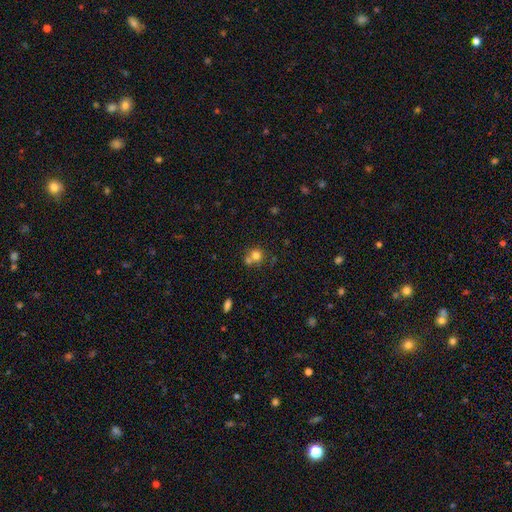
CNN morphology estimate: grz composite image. It shows a smooth galaxy with no disk features (74%) that is round (86%). Merging: none (47%).